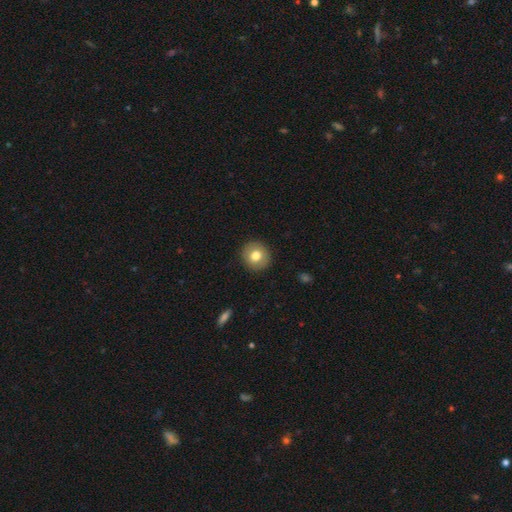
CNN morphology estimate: The model was most divided on "smooth or featured": smooth: 76%, featured or disk: 16%, star or artifact: 8%. More confident: how rounded — round (91%); merging — none (91%).